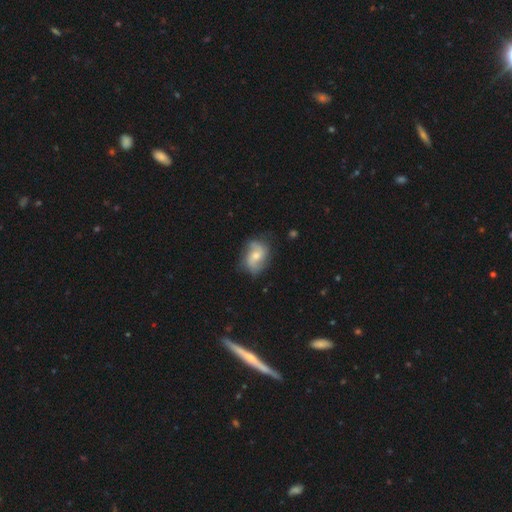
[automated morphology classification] A featured or disk galaxy (66%) with no bar (53%), 2 (81%) loose (48%) spiral arms (91%) and a moderate central bulge (56%). Merging: none (71%).